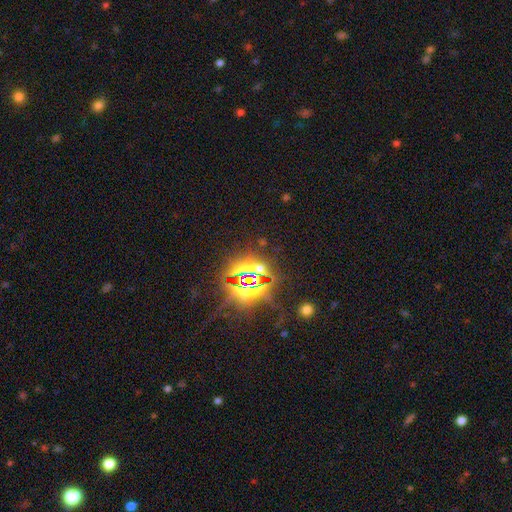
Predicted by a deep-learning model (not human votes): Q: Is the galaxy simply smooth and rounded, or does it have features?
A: star or artifact — 84%.